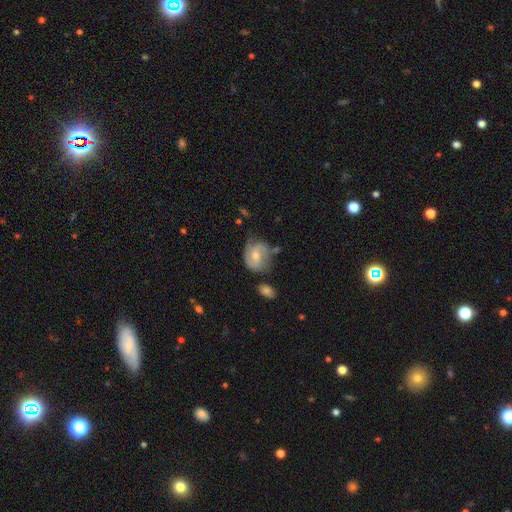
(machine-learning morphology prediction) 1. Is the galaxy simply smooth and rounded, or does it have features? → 66% featured or disk, 28% smooth, 7% star or artifact.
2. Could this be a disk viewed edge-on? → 97% no, 3% yes.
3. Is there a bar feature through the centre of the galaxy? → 47% no, 45% weak, 9% strong.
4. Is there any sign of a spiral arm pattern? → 89% yes, 11% no.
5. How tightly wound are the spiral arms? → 45% medium, 37% tight, 18% loose.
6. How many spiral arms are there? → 74% 2, 13% can't tell, 7% 1, 4% 3, 1% 4, 1% more than 4.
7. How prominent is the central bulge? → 59% moderate, 28% small, 6% large, 5% none, 1% dominant.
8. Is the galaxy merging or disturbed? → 55% none, 27% minor disturbance, 12% major disturbance, 7% merger.